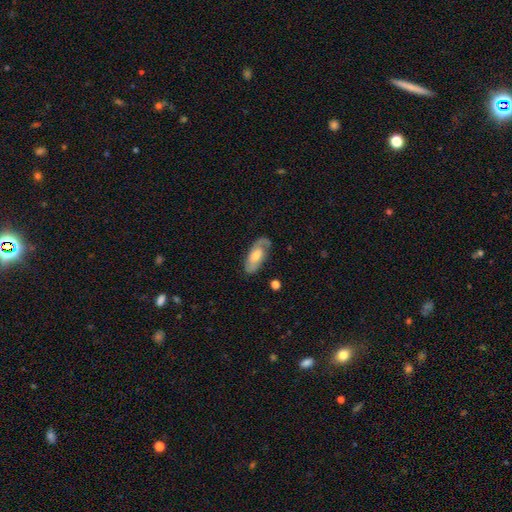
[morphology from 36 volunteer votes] Overall: featured or disk (67%; smooth 31%). Edge-on disk: no (96%). Bar: no (65%; weak 26%). Spiral arms: yes (78%). Spiral arm count: 2 (50%; 1 28%). Spiral winding: medium (50%; tight 39%). Bulge size: moderate (70%). Merging: none (74%).